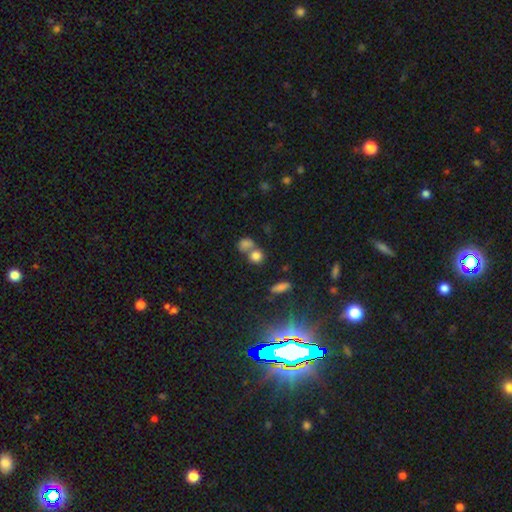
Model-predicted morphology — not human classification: Overall: smooth (77%). How rounded: round (76%). Merging: none (45%; merger 42%).